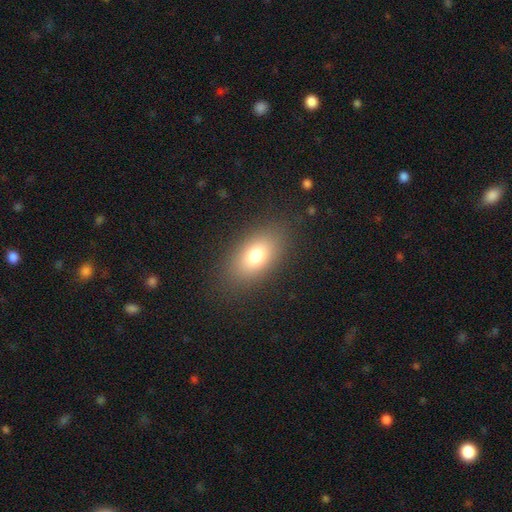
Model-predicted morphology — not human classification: A smooth galaxy with no disk features (77%) that is in between round and cigar-shaped (88%). Merging: none (84%).